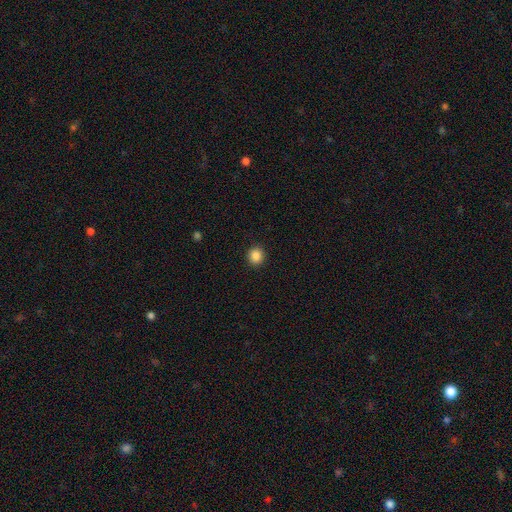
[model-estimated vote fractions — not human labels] A smooth galaxy with no disk features (86%) that is round (90%). Merging: none (92%).